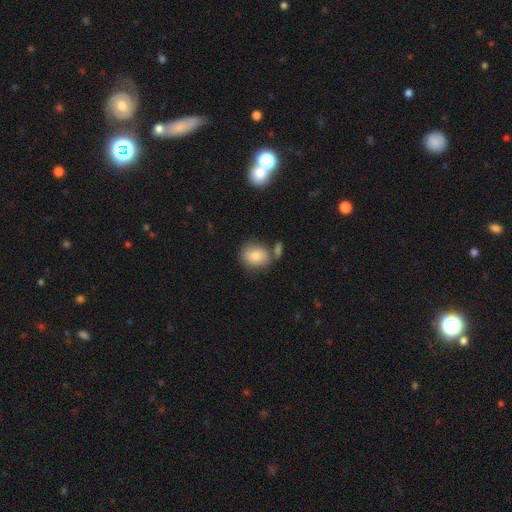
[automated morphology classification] A smooth galaxy with no disk features (81%) that is round (70%).

Vote fractions:
- Smooth or featured? smooth: 81% / featured or disk: 11% / star or artifact: 8%
- How rounded? round: 70% / in between: 29% / cigar-shaped: 1%
- Merging? none: 65% / merger: 17% / minor disturbance: 14% / major disturbance: 4%